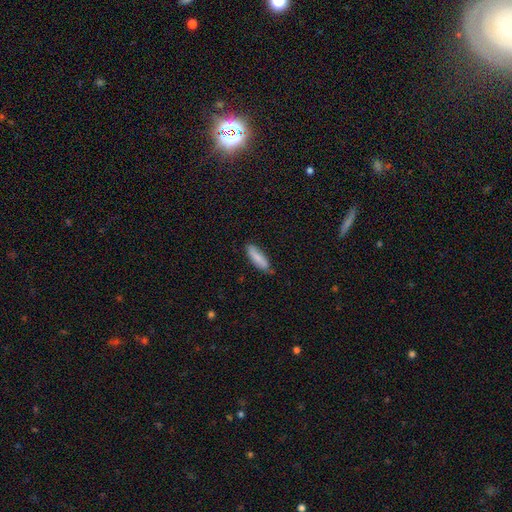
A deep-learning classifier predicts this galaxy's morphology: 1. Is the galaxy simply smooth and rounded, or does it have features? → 80% smooth, 13% featured or disk, 6% star or artifact.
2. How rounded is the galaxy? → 56% cigar-shaped, 42% in between, 2% round.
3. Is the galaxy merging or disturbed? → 78% none, 18% minor disturbance, 3% major disturbance, 2% merger.